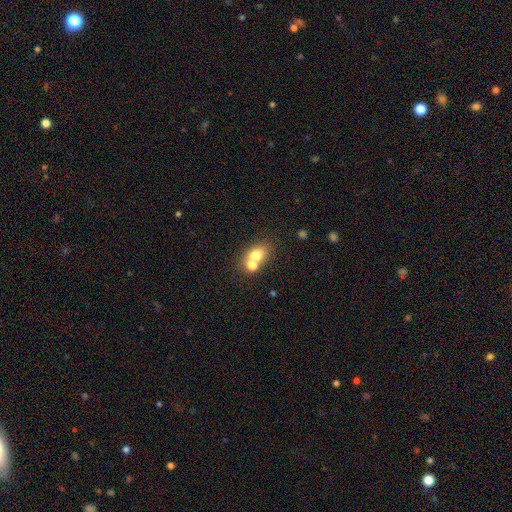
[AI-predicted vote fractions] smooth 71%, featured or disk 17%, star or artifact 12%. Down the decision tree: how rounded — in between (56%); merging — merger (49%).